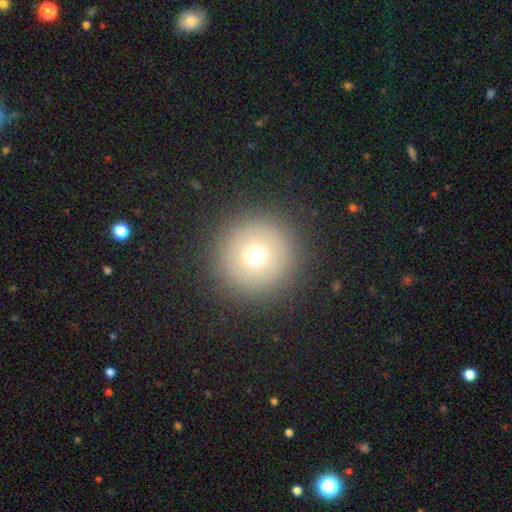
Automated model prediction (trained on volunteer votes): Smooth or featured? smooth (68%)
How rounded? round (96%)
Merging? none (89%)